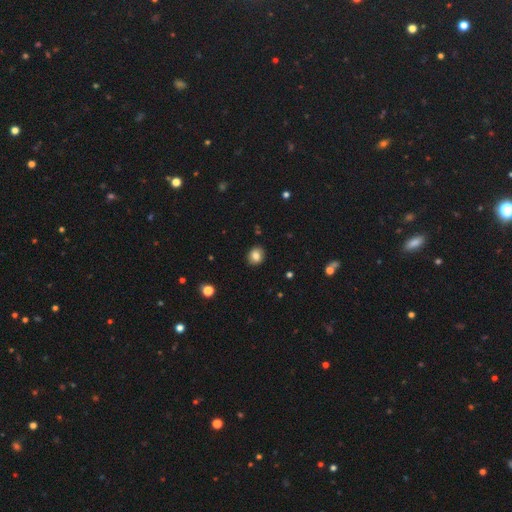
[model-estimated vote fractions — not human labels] A smooth galaxy with no disk features (82%) that is round (66%).

Vote fractions:
- Smooth or featured? smooth: 82% / star or artifact: 10% / featured or disk: 7%
- How rounded? round: 66% / in between: 33% / cigar-shaped: 1%
- Merging? none: 88% / minor disturbance: 9% / major disturbance: 2% / merger: 1%